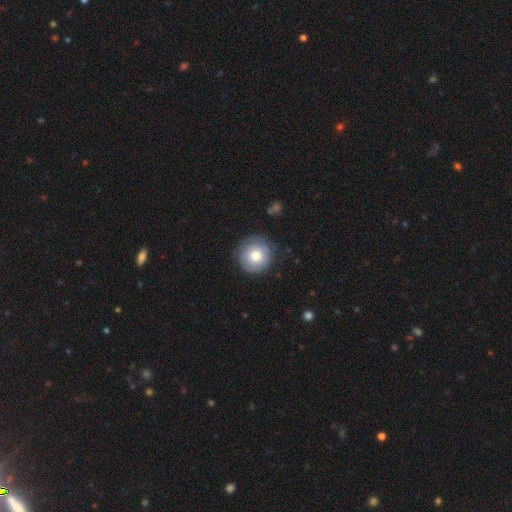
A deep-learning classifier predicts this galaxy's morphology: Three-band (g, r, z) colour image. It shows a smooth galaxy with no disk features (71%) that is round (94%). Merging: none (81%).